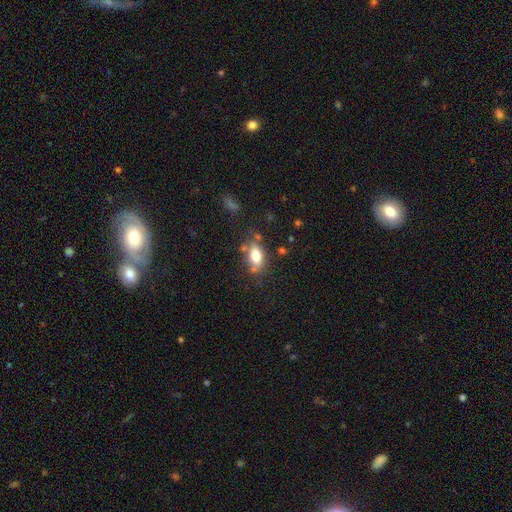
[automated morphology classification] A smooth galaxy with no disk features (76%) that is in between round and cigar-shaped (85%).

Vote fractions:
- Smooth or featured? smooth: 76% / featured or disk: 15% / star or artifact: 9%
- How rounded? in between: 85% / round: 8% / cigar-shaped: 7%
- Merging? none: 66% / minor disturbance: 19% / merger: 9% / major disturbance: 6%